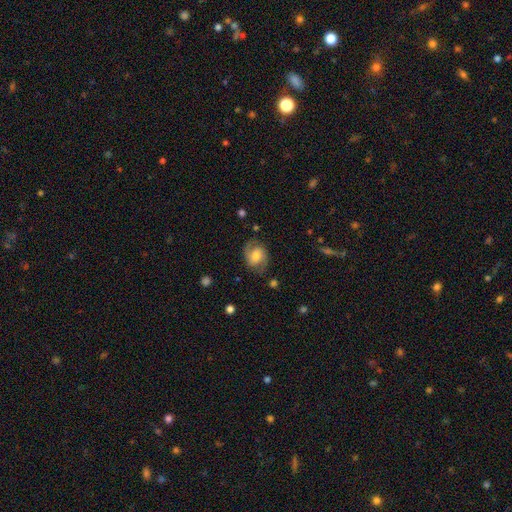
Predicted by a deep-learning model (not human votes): Morphology: type=featured or disk (64%); edge-on=no (97%); bar=no (47%); spiral arms=yes (91%); winding=medium (50%); arm count=2 (87%); bulge=moderate (53%); merging=none (75%).